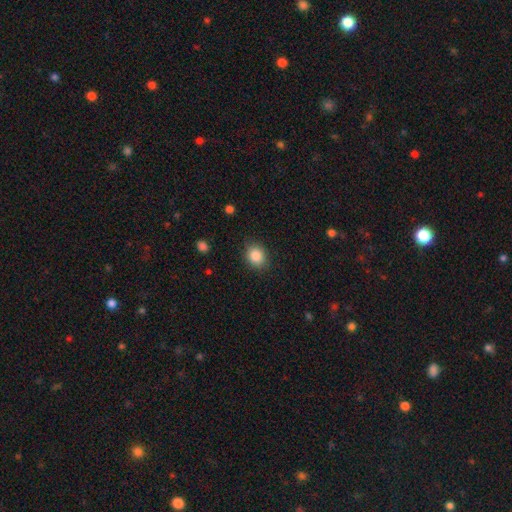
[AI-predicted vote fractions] Smooth or featured: smooth — 87% (star or artifact — 9%)
How rounded: round — 59% (in between — 40%)
Merging: none — 85% (minor disturbance — 11%)